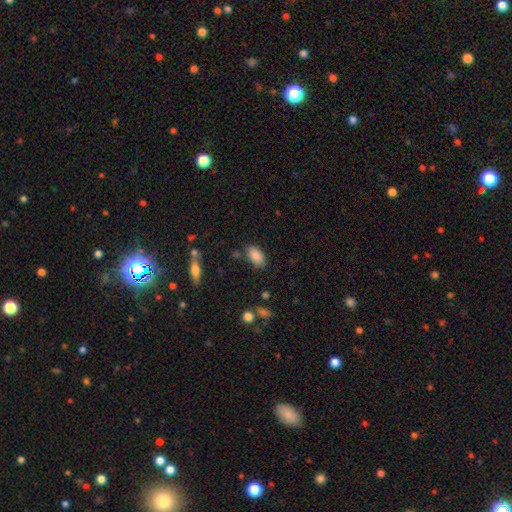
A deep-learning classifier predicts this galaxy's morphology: smooth_or_featured: smooth (p=0.86) [alt: star or artifact p=0.08]
how_rounded: in between (p=0.92) [alt: round p=0.05]
merging: none (p=0.78) [alt: minor disturbance p=0.14]